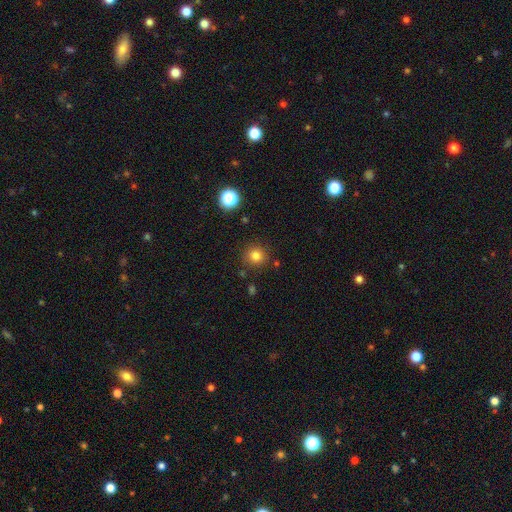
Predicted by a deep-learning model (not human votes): Smooth or featured: smooth — 80% (star or artifact — 14%)
How rounded: round — 92% (in between — 7%)
Merging: none — 86% (minor disturbance — 8%)